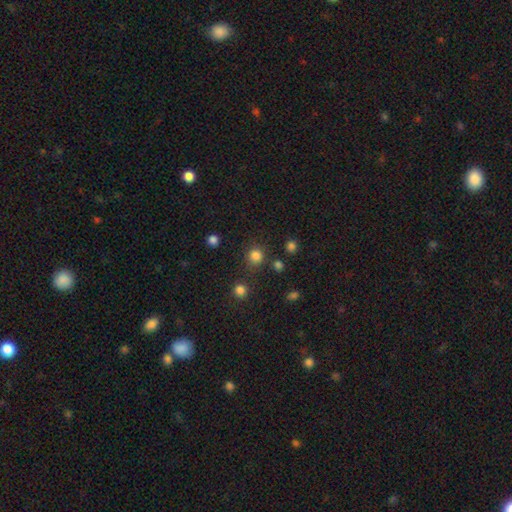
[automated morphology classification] Smooth or featured: smooth — 81% (star or artifact — 15%)
How rounded: round — 89% (in between — 10%)
Merging: none — 80% (minor disturbance — 10%)